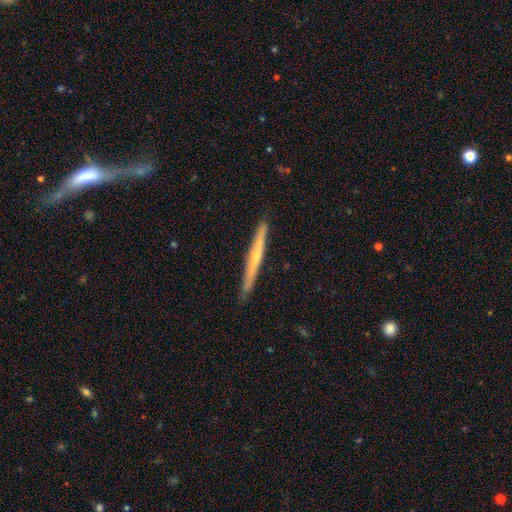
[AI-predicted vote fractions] Morphology: type=featured or disk (59%); edge-on=yes (97%); edge-on bulge=rounded (53%); merging=none (89%).